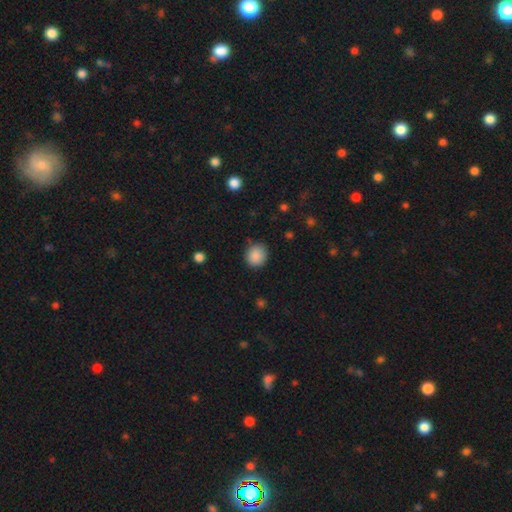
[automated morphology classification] Smooth or featured?
  - smooth: 88% *
  - star or artifact: 8%
  - featured or disk: 4%
How rounded?
  - round: 80% *
  - in between: 19%
  - cigar-shaped: 1%
Merging?
  - none: 84% *
  - minor disturbance: 11%
  - major disturbance: 3%
  - merger: 1%